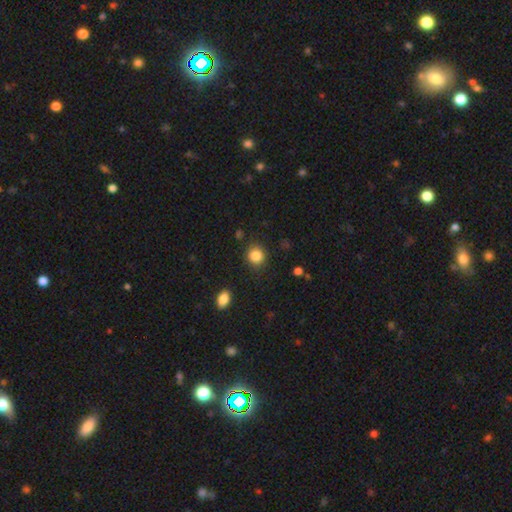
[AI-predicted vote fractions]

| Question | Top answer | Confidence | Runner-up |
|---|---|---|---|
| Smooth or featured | smooth | 85% | star or artifact (10%) |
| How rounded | round | 85% | in between (14%) |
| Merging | none | 86% | minor disturbance (9%) |